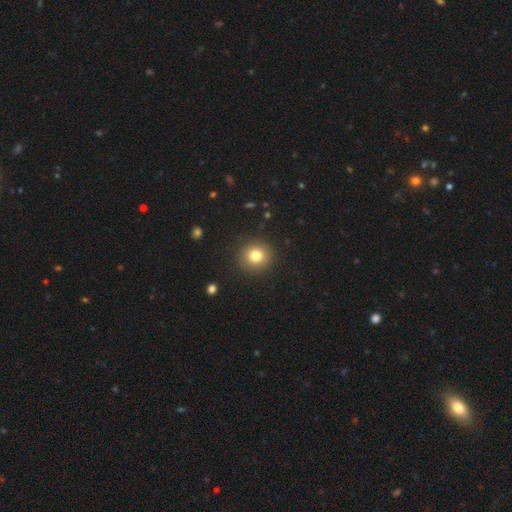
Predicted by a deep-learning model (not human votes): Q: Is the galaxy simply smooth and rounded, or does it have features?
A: smooth — 79%.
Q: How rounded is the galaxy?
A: round — 90%.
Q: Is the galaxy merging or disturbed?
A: none — 90%.